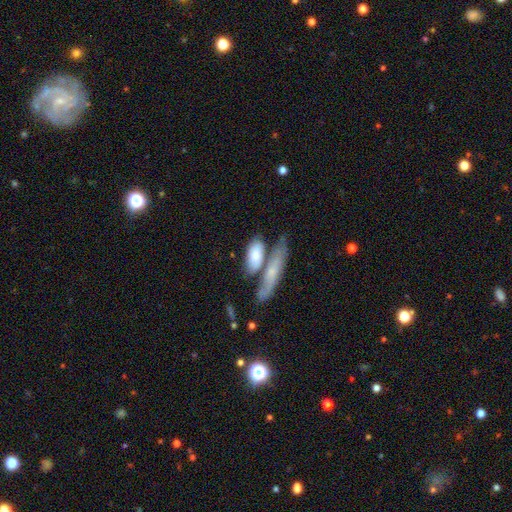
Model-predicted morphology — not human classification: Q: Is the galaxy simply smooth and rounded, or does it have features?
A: smooth — 69%.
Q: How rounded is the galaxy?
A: in between — 69%.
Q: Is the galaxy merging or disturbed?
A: merger — 40%.